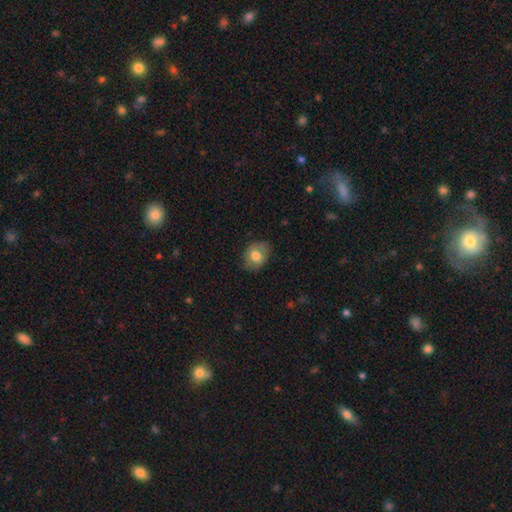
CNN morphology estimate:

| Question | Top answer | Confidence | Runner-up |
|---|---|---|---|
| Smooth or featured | smooth | 71% | featured or disk (22%) |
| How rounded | in between | 59% | round (40%) |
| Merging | none | 77% | minor disturbance (17%) |